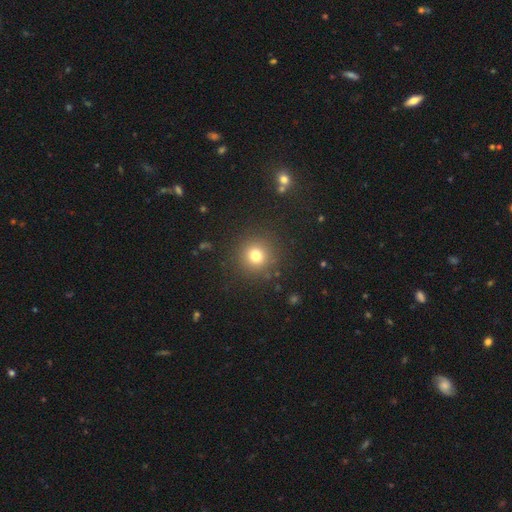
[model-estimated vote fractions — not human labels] Smooth or featured? Predicted: smooth (p=0.76). How rounded? Predicted: round (p=0.94). Merging? Predicted: none (p=0.89).